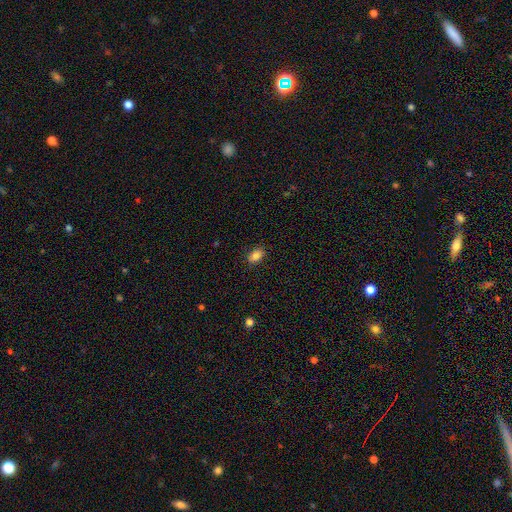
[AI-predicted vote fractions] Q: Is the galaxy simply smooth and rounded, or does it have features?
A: smooth — 82%.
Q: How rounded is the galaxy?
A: in between — 86%.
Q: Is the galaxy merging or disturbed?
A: none — 85%.